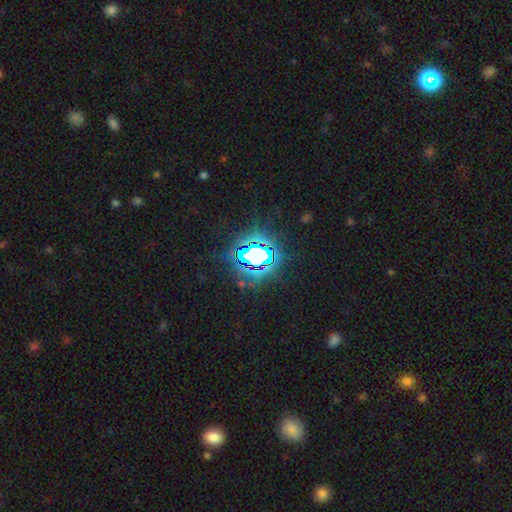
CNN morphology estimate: This is likely a star or artifact rather than a galaxy (73%).